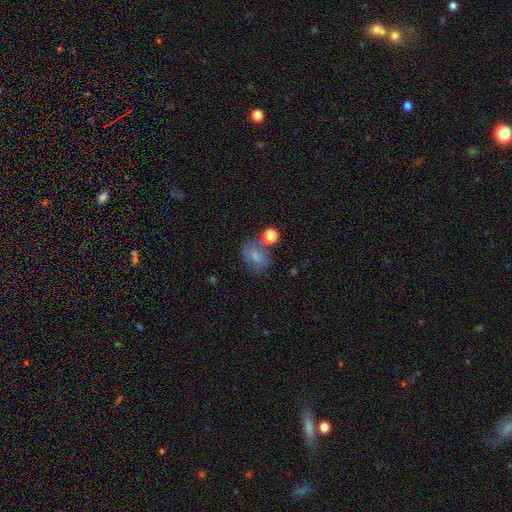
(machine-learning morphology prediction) smooth 66%, featured or disk 20%, star or artifact 14%. Down the decision tree: how rounded — in between (62%); merging — none (46%).